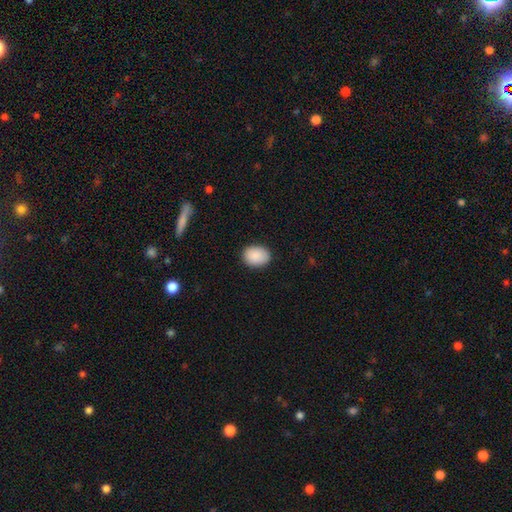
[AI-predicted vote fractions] Q: Smooth or featured?
A: smooth (89%); runner-up: star or artifact (7%)
Q: How rounded?
A: in between (60%); runner-up: round (39%)
Q: Merging?
A: none (88%); runner-up: minor disturbance (9%)